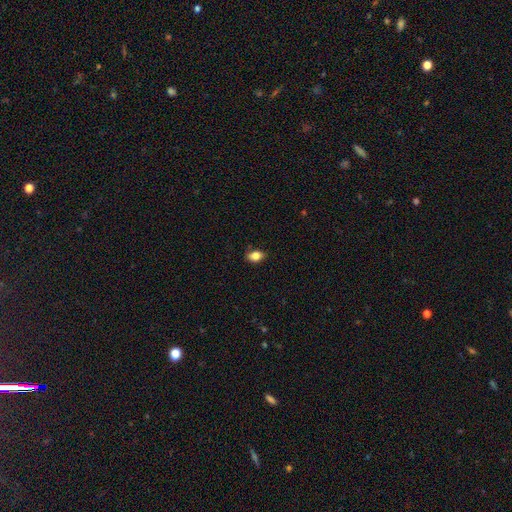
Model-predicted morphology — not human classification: A smooth galaxy with no disk features (81%) that is in between round and cigar-shaped (83%).

Vote fractions:
- Smooth or featured? smooth: 81% / featured or disk: 10% / star or artifact: 9%
- How rounded? in between: 83% / round: 15% / cigar-shaped: 3%
- Merging? none: 79% / minor disturbance: 17% / major disturbance: 3% / merger: 1%